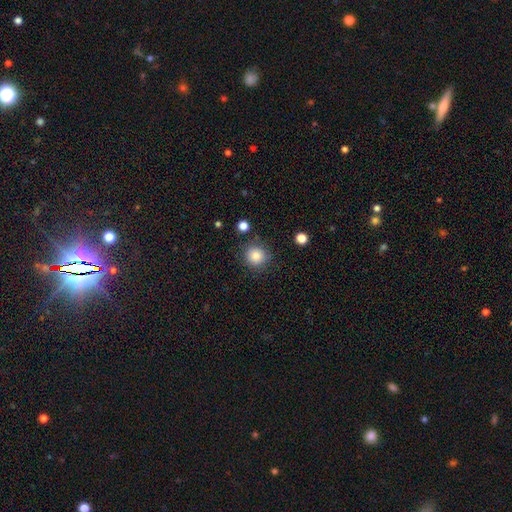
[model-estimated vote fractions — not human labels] This is clearly a smooth galaxy (84%). How rounded: clearly round (91%). Merging: clearly none (84%).